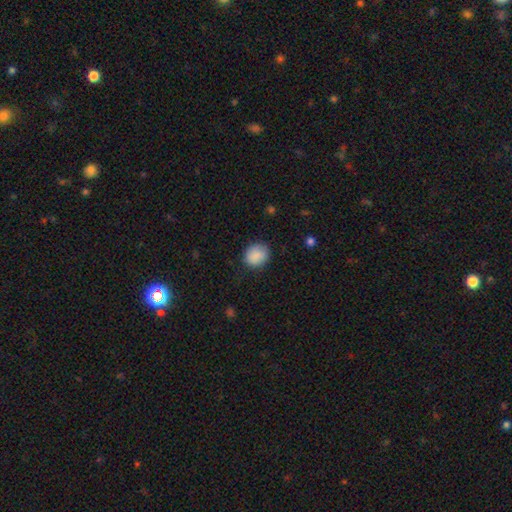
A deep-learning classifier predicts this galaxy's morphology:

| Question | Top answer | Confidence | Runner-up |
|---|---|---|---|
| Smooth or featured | smooth | 88% | star or artifact (7%) |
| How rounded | round | 71% | in between (28%) |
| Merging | none | 82% | minor disturbance (14%) |